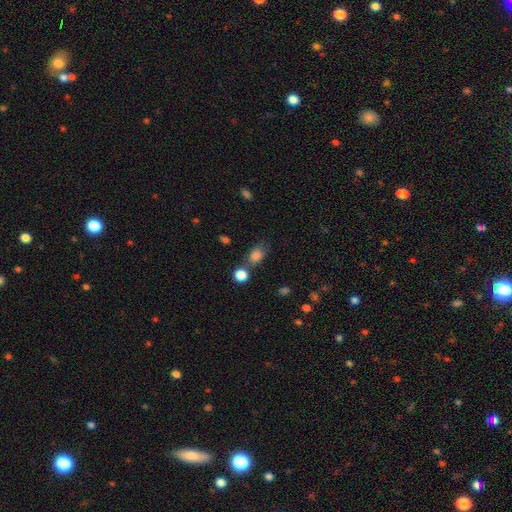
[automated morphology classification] The model was most divided on "merging": none: 58%, minor disturbance: 19%, merger: 17%, major disturbance: 7%. More confident: smooth or featured — smooth (83%); how rounded — in between (73%).